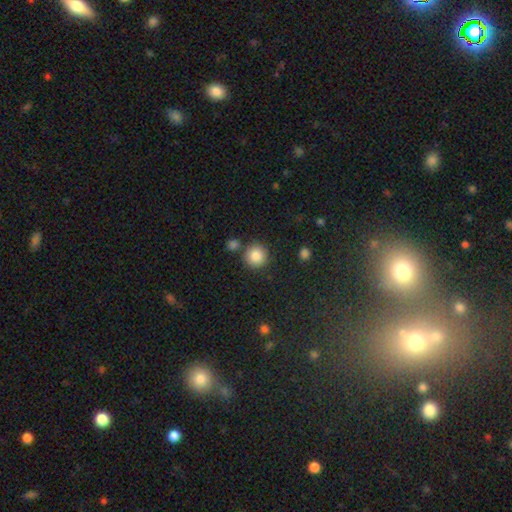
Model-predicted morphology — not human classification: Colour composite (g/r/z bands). It shows a smooth galaxy with no disk features (86%) that is round (93%). Merging: none (80%).